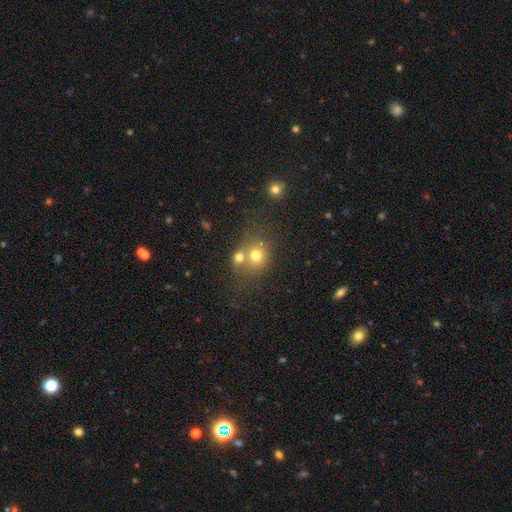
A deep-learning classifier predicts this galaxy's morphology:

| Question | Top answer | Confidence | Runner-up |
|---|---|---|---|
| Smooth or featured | smooth | 72% | featured or disk (14%) |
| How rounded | round | 71% | in between (28%) |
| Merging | merger | 46% | none (41%) |